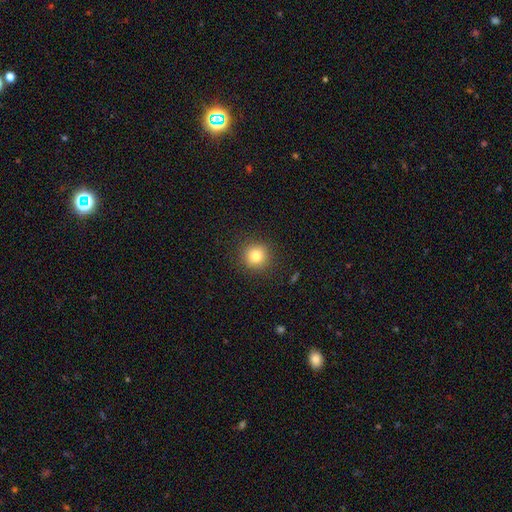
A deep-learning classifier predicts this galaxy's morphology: Smooth or featured: smooth — 81% (star or artifact — 12%)
How rounded: round — 94% (in between — 6%)
Merging: none — 90% (minor disturbance — 6%)